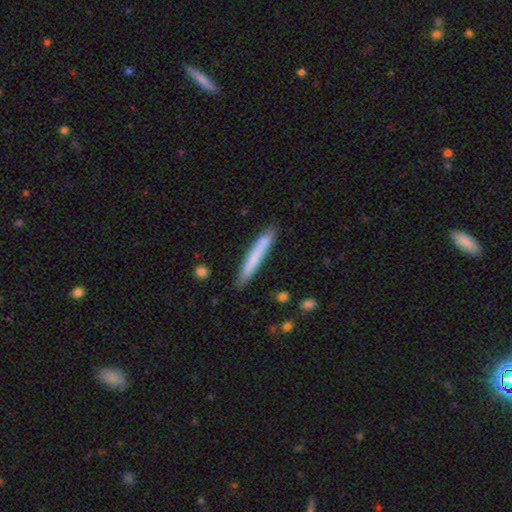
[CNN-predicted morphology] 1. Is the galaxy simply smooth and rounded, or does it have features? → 72% smooth, 22% featured or disk, 6% star or artifact.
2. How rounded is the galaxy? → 96% cigar-shaped, 3% in between, 1% round.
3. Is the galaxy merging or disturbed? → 85% none, 11% minor disturbance, 2% merger, 2% major disturbance.